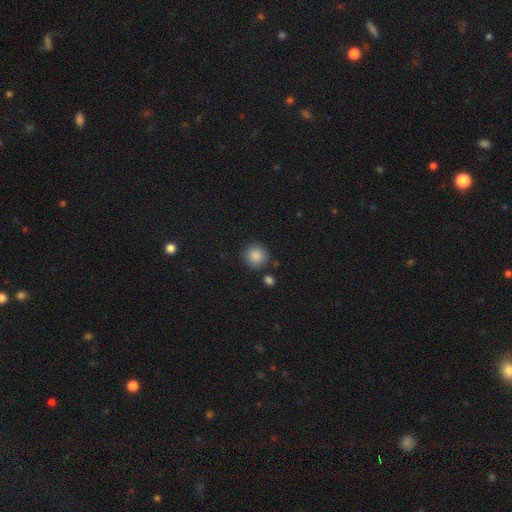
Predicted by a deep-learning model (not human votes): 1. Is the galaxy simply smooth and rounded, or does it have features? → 88% smooth, 9% star or artifact, 4% featured or disk.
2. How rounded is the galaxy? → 91% round, 8% in between, 1% cigar-shaped.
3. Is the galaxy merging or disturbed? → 84% none, 9% minor disturbance, 4% merger, 3% major disturbance.